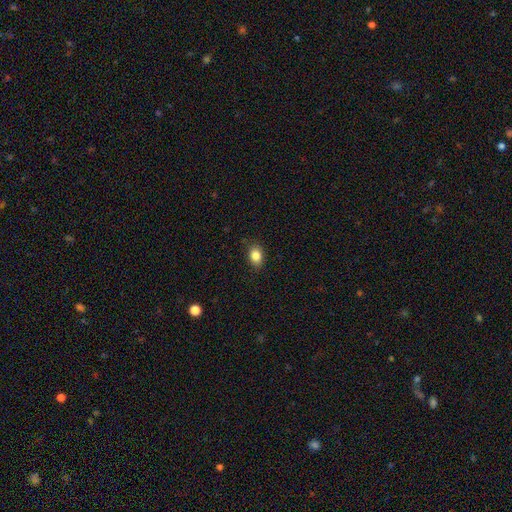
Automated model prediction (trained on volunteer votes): smooth 85%, star or artifact 9%, featured or disk 6%. Down the decision tree: how rounded — in between (71%); merging — none (86%).